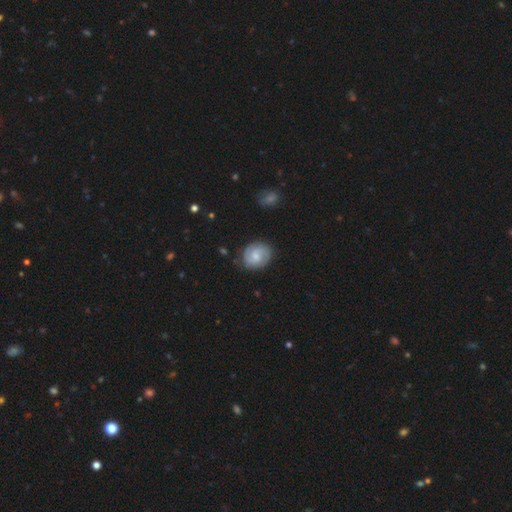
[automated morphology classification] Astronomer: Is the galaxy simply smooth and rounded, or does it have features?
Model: featured or disk — 65%.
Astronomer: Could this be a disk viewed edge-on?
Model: no — 98%.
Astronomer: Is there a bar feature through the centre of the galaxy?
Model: weak — 47% (runner-up: no, 45%).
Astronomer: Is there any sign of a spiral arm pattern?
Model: yes — 94%.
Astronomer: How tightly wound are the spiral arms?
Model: tight — 45% (runner-up: medium, 42%).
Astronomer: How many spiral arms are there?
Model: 2 — 82%.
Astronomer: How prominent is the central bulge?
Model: small — 43% (runner-up: moderate, 39%).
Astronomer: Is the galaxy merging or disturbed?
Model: none — 81%.